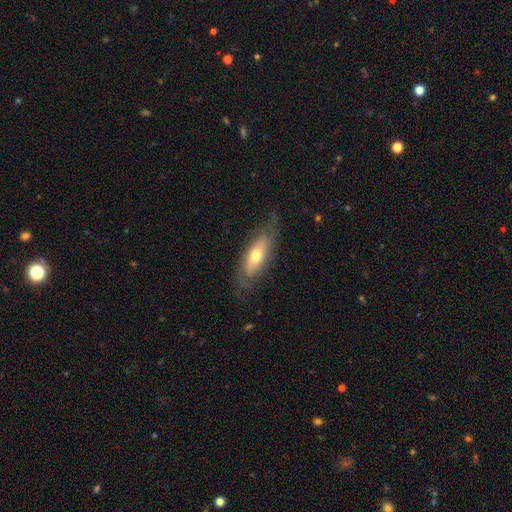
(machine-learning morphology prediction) Smooth or featured: featured or disk — 49% (smooth — 45%)
Merging: none — 67% (minor disturbance — 22%)